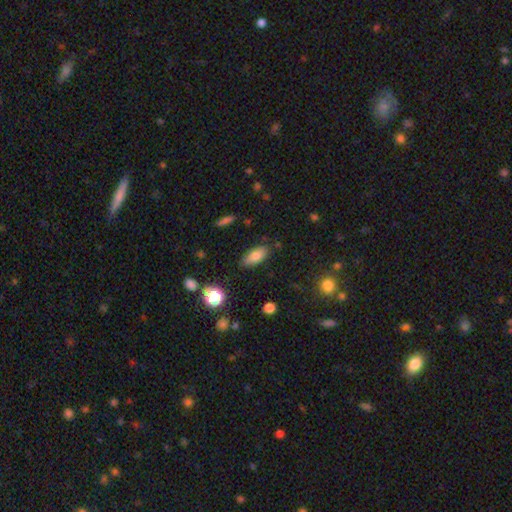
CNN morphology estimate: type=smooth (77%); roundness=in between (82%); merging=none (82%).